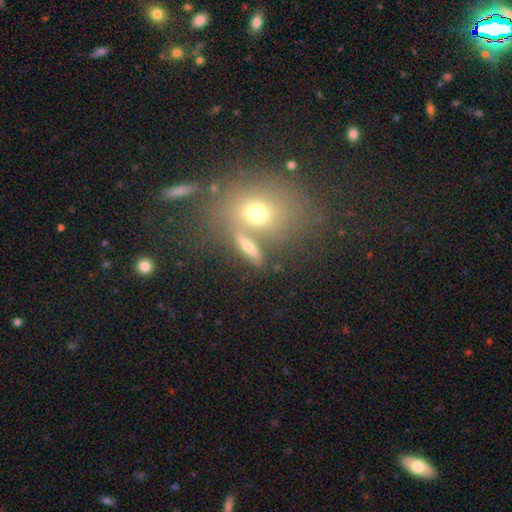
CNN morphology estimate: This is possibly a smooth galaxy (55%). How rounded: marginally in between (43%). Merging: possibly none (58%).